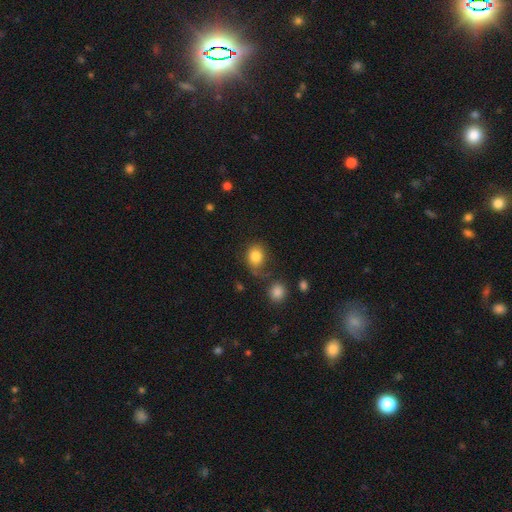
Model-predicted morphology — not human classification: A smooth galaxy with no disk features (82%) that is round (55%). Merging: none (54%).